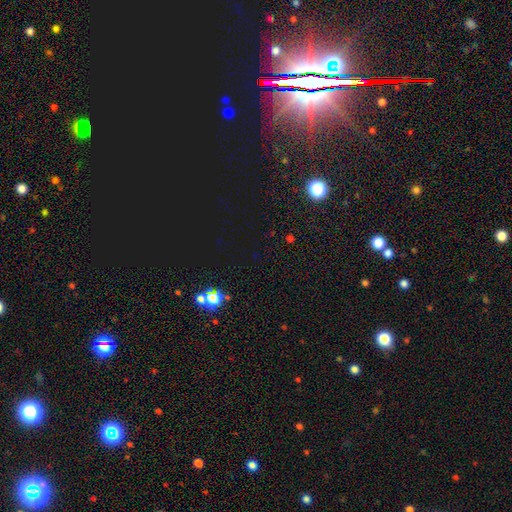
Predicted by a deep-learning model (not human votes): Smooth or featured? Predicted: star or artifact (p=0.72).